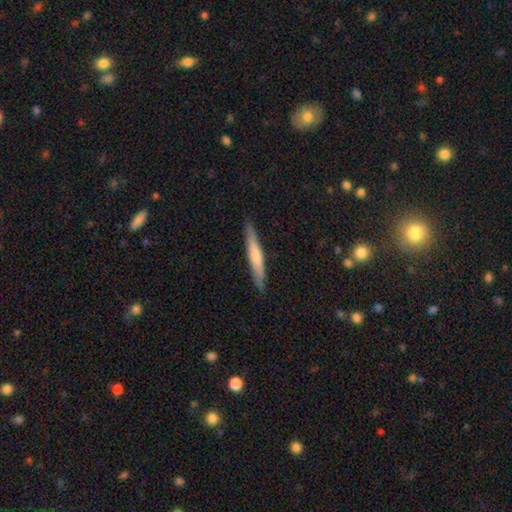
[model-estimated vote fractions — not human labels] Smooth or featured: smooth — 55% (featured or disk — 40%)
How rounded: cigar-shaped — 94% (in between — 4%)
Merging: none — 89% (minor disturbance — 9%)